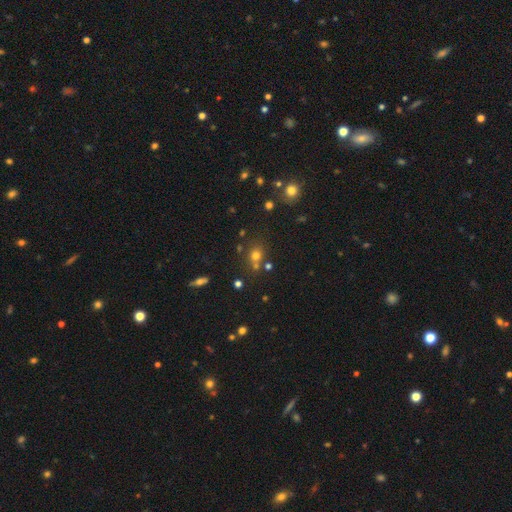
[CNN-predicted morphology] This is likely a smooth galaxy (66%). How rounded: likely round (79%). Merging: likely none (64%).